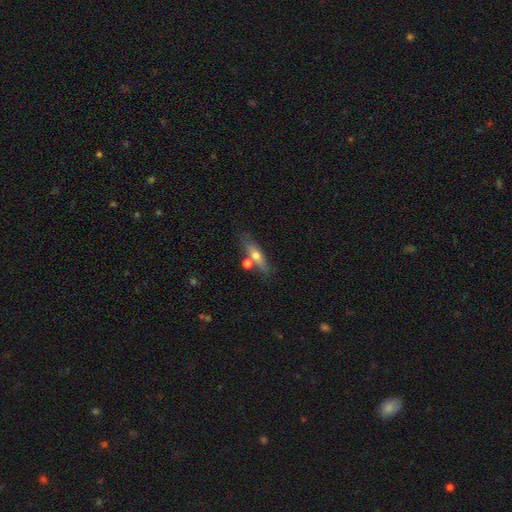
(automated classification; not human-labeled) Smooth or featured?
  - smooth: 55% *
  - featured or disk: 37%
  - star or artifact: 7%
How rounded?
  - cigar-shaped: 55% *
  - in between: 39%
  - round: 6%
Merging?
  - none: 62% *
  - merger: 20%
  - minor disturbance: 14%
  - major disturbance: 5%